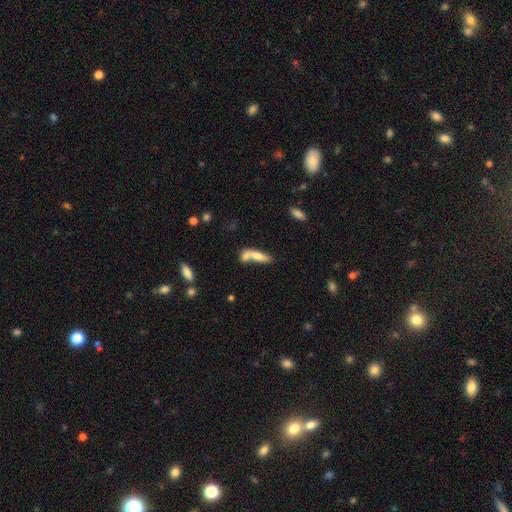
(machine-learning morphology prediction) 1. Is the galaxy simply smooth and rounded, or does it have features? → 68% smooth, 24% featured or disk, 8% star or artifact.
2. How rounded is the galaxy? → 52% cigar-shaped, 44% in between, 3% round.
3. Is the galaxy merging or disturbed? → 53% merger, 29% none, 11% minor disturbance, 7% major disturbance.